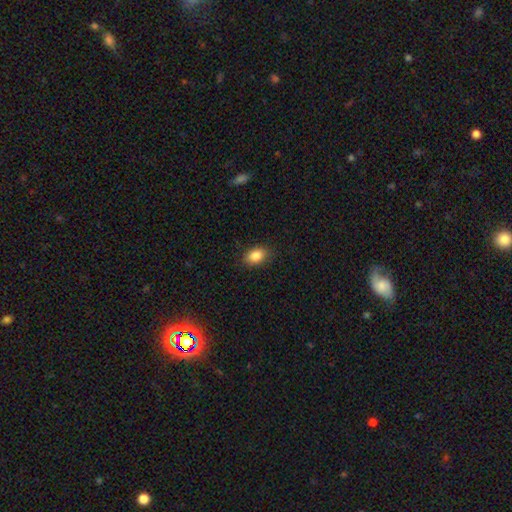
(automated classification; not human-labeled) smooth-or-featured: smooth: 87% | star or artifact: 8% | featured or disk: 5%
  how-rounded: in between: 84% | round: 14% | cigar-shaped: 1%
  merging: none: 86% | minor disturbance: 10% | major disturbance: 3% | merger: 1%